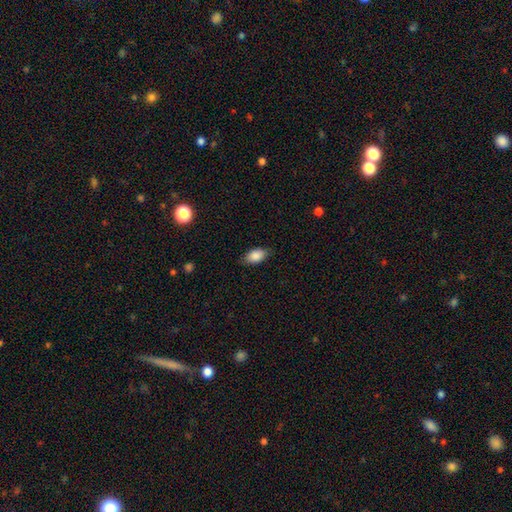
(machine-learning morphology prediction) smooth 87%, star or artifact 7%, featured or disk 5%. Down the decision tree: how rounded — in between (91%); merging — none (82%).